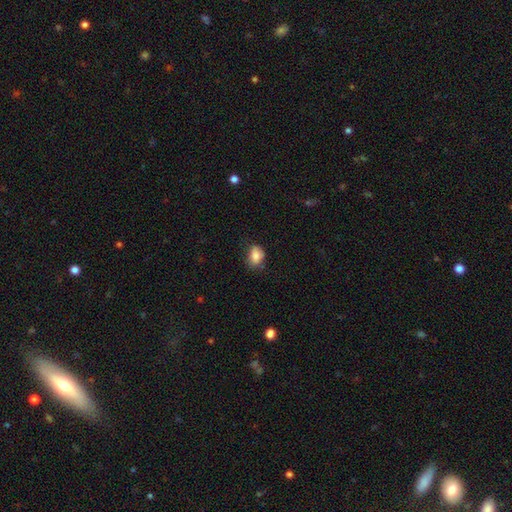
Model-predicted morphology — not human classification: Q: Smooth or featured?
A: smooth (84%); runner-up: star or artifact (9%)
Q: How rounded?
A: in between (72%); runner-up: round (26%)
Q: Merging?
A: none (62%); runner-up: minor disturbance (29%)